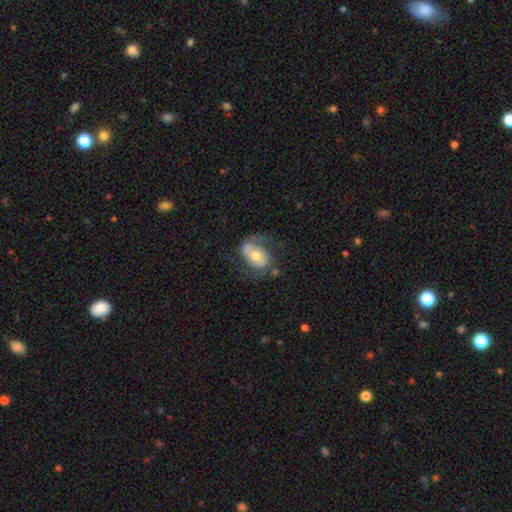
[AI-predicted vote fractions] smooth-or-featured: featured or disk: 61% | smooth: 32% | star or artifact: 7%
  disk-edge-on: no: 96% | yes: 4%
    bar: no: 58% | weak: 29% | strong: 13%
    has-spiral-arms: yes: 77% | no: 23%
    bulge-size: moderate: 70% | small: 16% | large: 11% | dominant: 1% | none: 1%
  merging: none: 55% | minor disturbance: 22% | major disturbance: 21% | merger: 3%